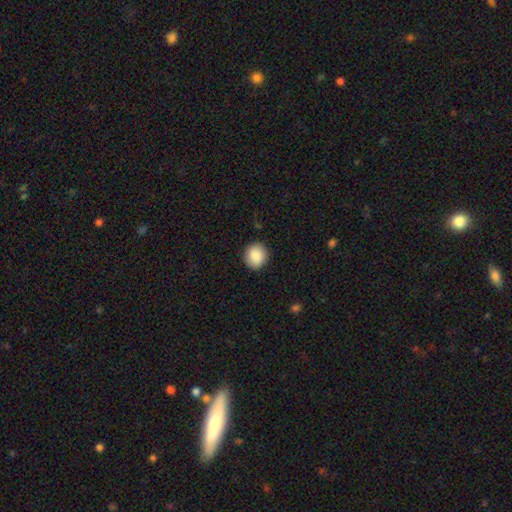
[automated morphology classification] smooth_or_featured: smooth (p=0.88) [alt: star or artifact p=0.07]
how_rounded: round (p=0.81) [alt: in between p=0.18]
merging: none (p=0.90) [alt: minor disturbance p=0.07]